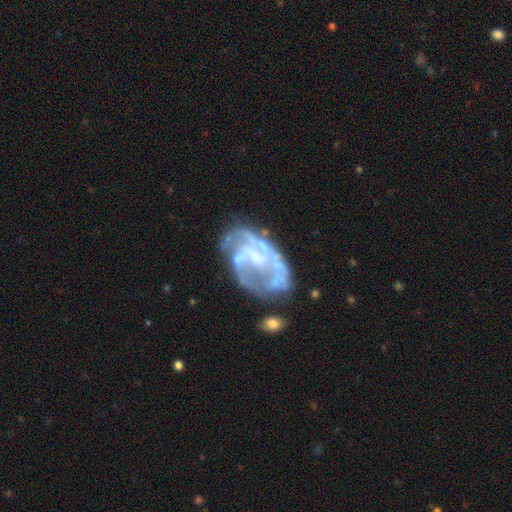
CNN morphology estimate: smooth-or-featured: featured or disk: 78% | smooth: 14% | star or artifact: 8%
  disk-edge-on: no: 97% | yes: 3%
    bar: no: 61% | weak: 28% | strong: 10%
    has-spiral-arms: yes: 64% | no: 36%
    bulge-size: none: 49% | small: 26% | moderate: 20% | large: 4% | dominant: 1%
  merging: none: 45% | major disturbance: 26% | minor disturbance: 23% | merger: 7%